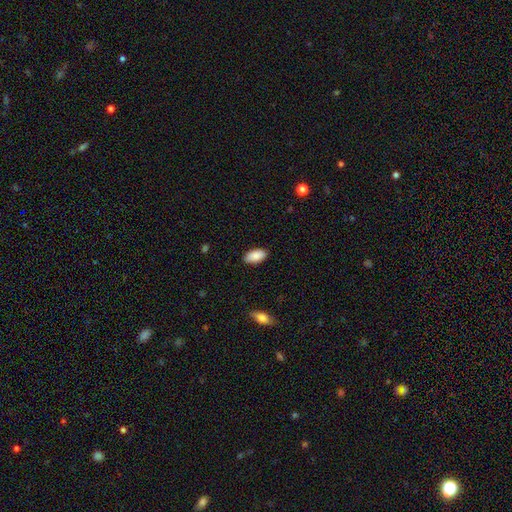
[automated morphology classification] Q: Smooth or featured?
A: smooth (89%); runner-up: star or artifact (6%)
Q: How rounded?
A: in between (94%); runner-up: cigar-shaped (3%)
Q: Merging?
A: none (87%); runner-up: minor disturbance (10%)